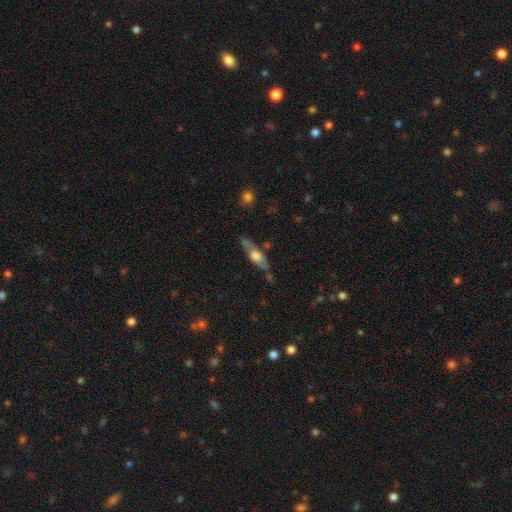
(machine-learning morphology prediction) Smooth or featured?
  - featured or disk: 55% *
  - smooth: 39%
  - star or artifact: 6%
Edge-on disk?
  - yes: 76% *
  - no: 24%
Merging?
  - none: 70% *
  - minor disturbance: 19%
  - major disturbance: 6%
  - merger: 5%